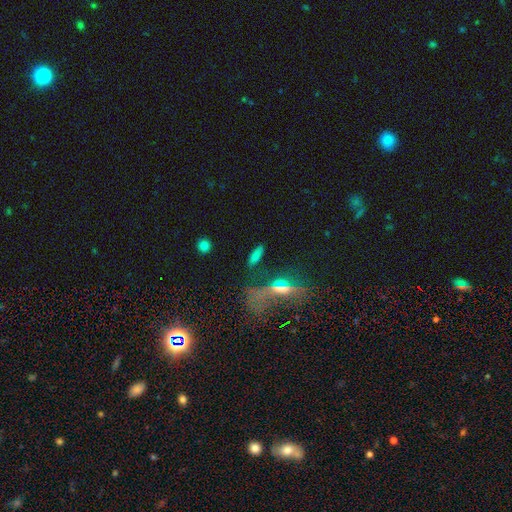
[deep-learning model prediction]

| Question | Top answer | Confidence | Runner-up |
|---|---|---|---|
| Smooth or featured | smooth | 67% | star or artifact (19%) |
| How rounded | in between | 48% | cigar-shaped (47%) |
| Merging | none | 74% | minor disturbance (14%) |